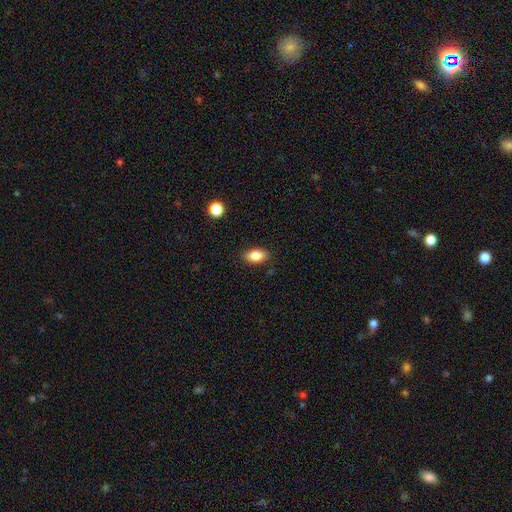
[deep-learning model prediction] Overall: smooth (83%). How rounded: in between (89%). Merging: none (86%).